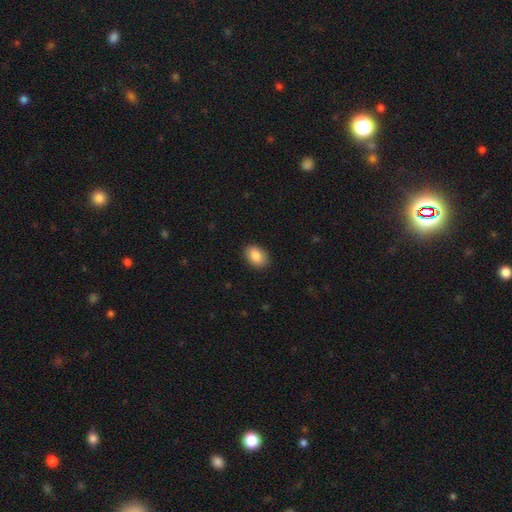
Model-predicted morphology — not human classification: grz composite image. It shows a smooth galaxy with no disk features (87%) that is in between round and cigar-shaped (84%). Merging: none (88%).